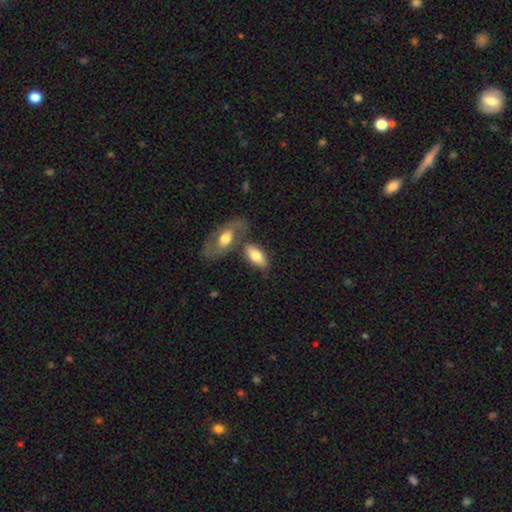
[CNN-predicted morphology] type=smooth (72%); roundness=in between (88%); merging=none (53%).